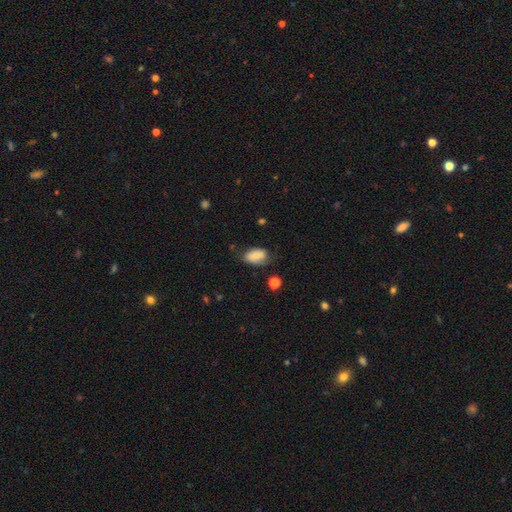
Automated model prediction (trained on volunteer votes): Overall: smooth (77%). How rounded: in between (91%). Merging: none (58%; minor disturbance 31%).